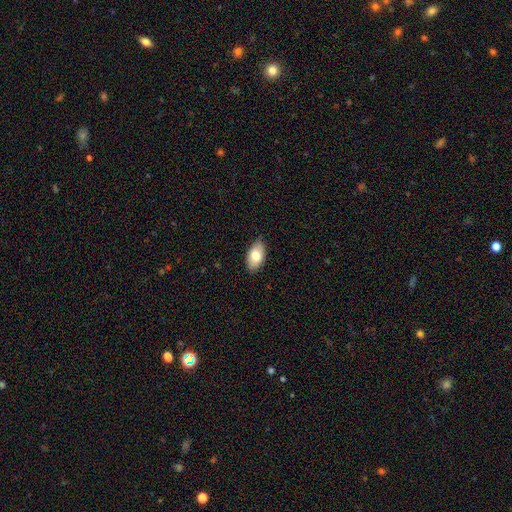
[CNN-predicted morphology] Smooth or featured? Predicted: smooth (p=0.80). How rounded? Predicted: in between (p=0.94). Merging? Predicted: none (p=0.85).